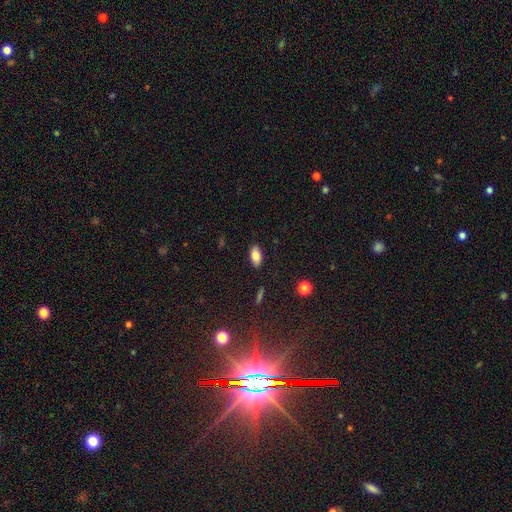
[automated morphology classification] This appears to be a smooth galaxy with no disk features (83%) that is in between round and cigar-shaped (91%). Merging: none (87%).